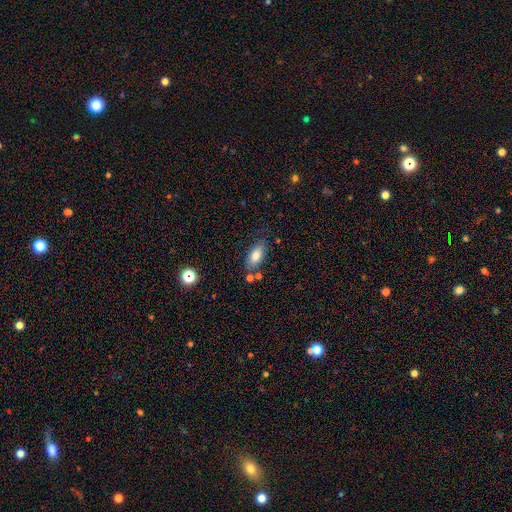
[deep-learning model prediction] smooth-or-featured: smooth: 79% | featured or disk: 13% | star or artifact: 8%
  how-rounded: in between: 88% | cigar-shaped: 8% | round: 3%
  merging: none: 71% | minor disturbance: 17% | merger: 7% | major disturbance: 5%